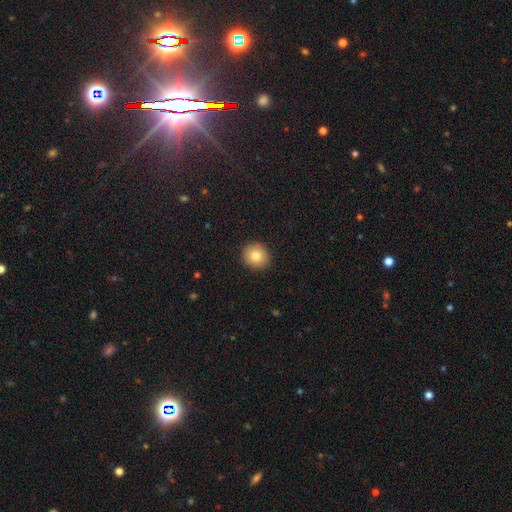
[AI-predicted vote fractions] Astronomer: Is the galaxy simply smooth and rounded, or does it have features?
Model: smooth — 82%.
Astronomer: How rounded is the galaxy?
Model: round — 89%.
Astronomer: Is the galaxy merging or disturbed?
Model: none — 92%.